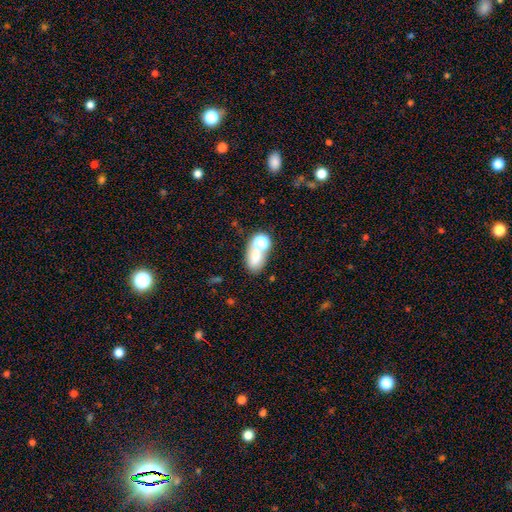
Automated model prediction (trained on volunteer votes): Smooth or featured? smooth (70%)
How rounded? in between (78%)
Merging? none (43%)